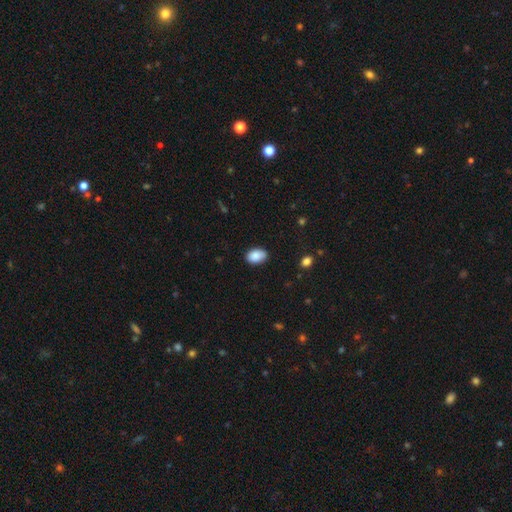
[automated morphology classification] Q: Smooth or featured?
A: smooth (88%); runner-up: star or artifact (7%)
Q: How rounded?
A: in between (87%); runner-up: round (12%)
Q: Merging?
A: none (82%); runner-up: minor disturbance (14%)